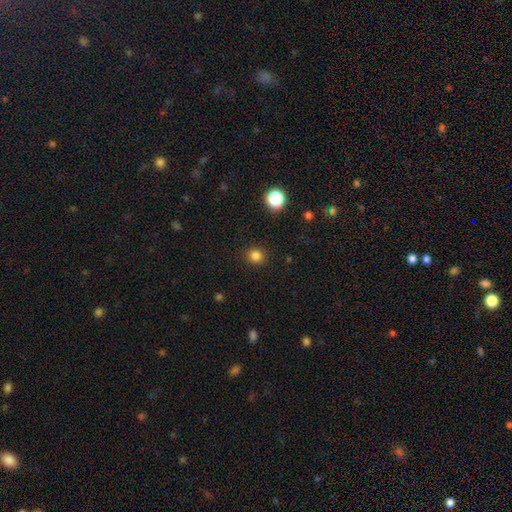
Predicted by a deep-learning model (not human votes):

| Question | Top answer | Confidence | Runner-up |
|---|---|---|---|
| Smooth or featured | smooth | 82% | star or artifact (14%) |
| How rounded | round | 89% | in between (10%) |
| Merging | none | 91% | minor disturbance (6%) |